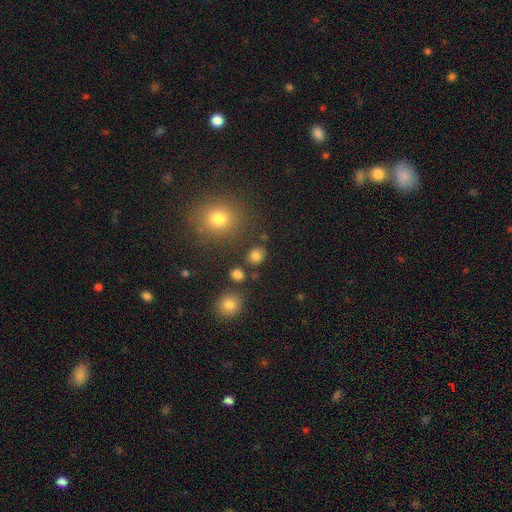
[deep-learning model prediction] smooth_or_featured: smooth (p=0.80) [alt: star or artifact p=0.14]
how_rounded: round (p=0.69) [alt: in between p=0.30]
merging: none (p=0.81) [alt: minor disturbance p=0.09]